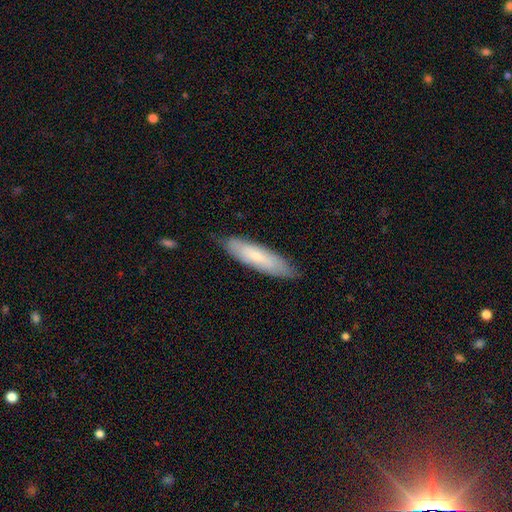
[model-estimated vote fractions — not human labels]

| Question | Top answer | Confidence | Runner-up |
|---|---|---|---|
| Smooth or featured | smooth | 63% | featured or disk (31%) |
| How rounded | cigar-shaped | 63% | in between (35%) |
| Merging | none | 81% | minor disturbance (15%) |